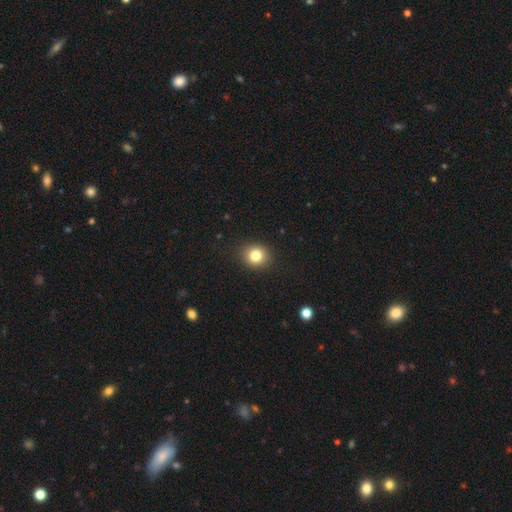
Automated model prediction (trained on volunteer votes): smooth_or_featured: smooth (p=0.81) [alt: star or artifact p=0.11]
how_rounded: round (p=0.77) [alt: in between p=0.22]
merging: none (p=0.90) [alt: minor disturbance p=0.07]